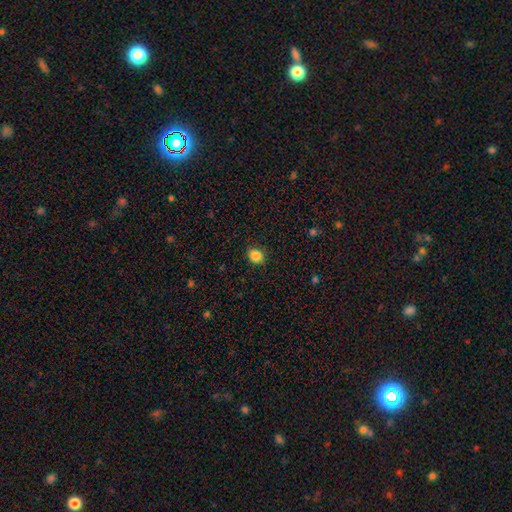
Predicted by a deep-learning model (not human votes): smooth 86%, star or artifact 11%, featured or disk 3%. Down the decision tree: how rounded — round (67%); merging — none (86%).